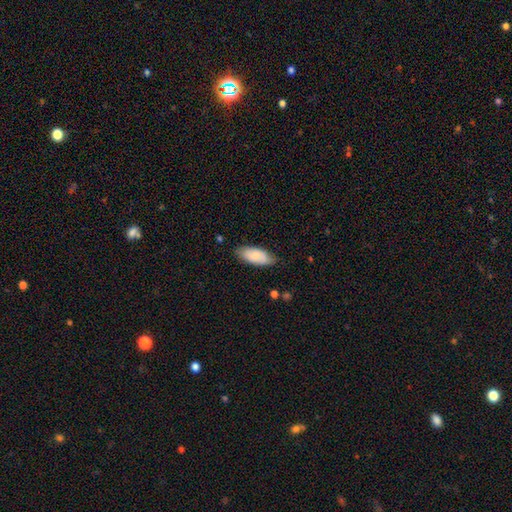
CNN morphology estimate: Smooth or featured? Predicted: smooth (p=0.80). How rounded? Predicted: in between (p=0.88). Merging? Predicted: none (p=0.78).